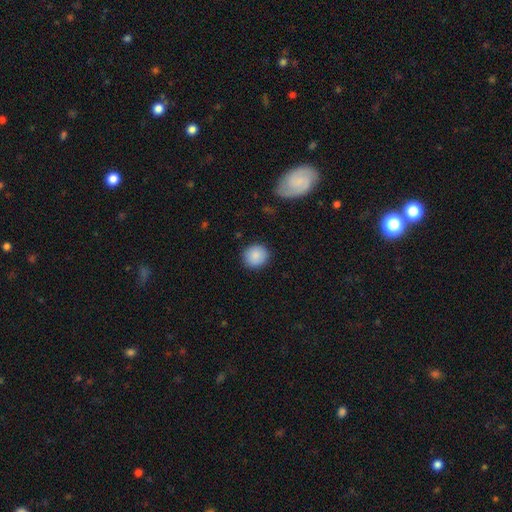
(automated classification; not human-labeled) Smooth or featured: smooth — 88% (star or artifact — 7%)
How rounded: round — 88% (in between — 11%)
Merging: none — 89% (minor disturbance — 7%)